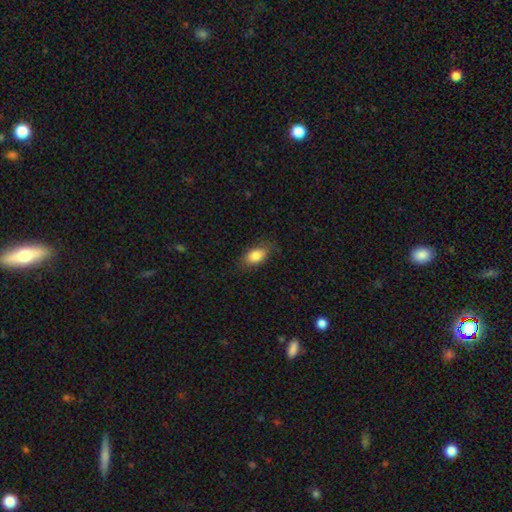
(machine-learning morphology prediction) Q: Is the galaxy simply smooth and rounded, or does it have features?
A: smooth — 83%.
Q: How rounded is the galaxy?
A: in between — 88%.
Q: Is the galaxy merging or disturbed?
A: none — 80%.